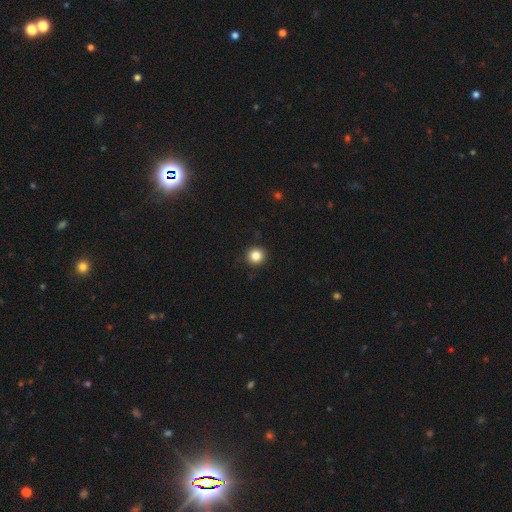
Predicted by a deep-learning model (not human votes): The model was most divided on "smooth or featured": smooth: 85%, star or artifact: 11%, featured or disk: 4%. More confident: how rounded — round (94%); merging — none (92%).